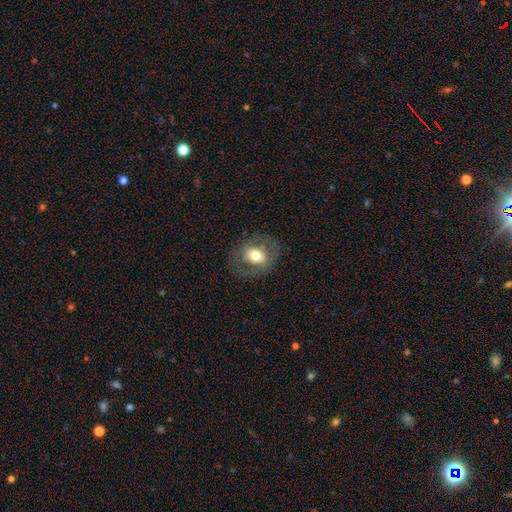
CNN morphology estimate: smooth-or-featured: smooth: 55% | featured or disk: 37% | star or artifact: 9%
  how-rounded: round: 52% | in between: 47% | cigar-shaped: 1%
  merging: none: 77% | minor disturbance: 13% | major disturbance: 9% | merger: 1%